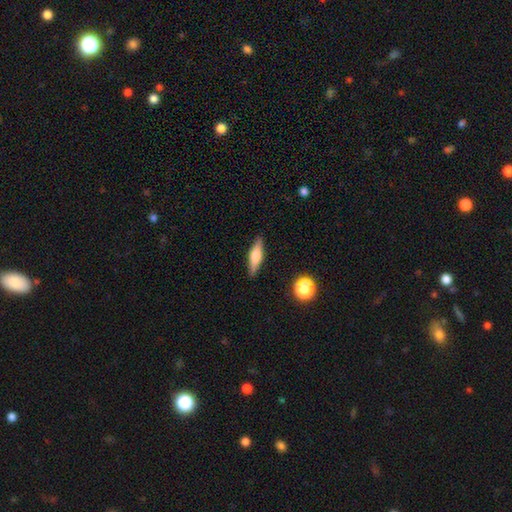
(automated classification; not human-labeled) The model was most divided on "smooth or featured": featured or disk: 47%, smooth: 46%, star or artifact: 7%. More confident: merging — none (88%).